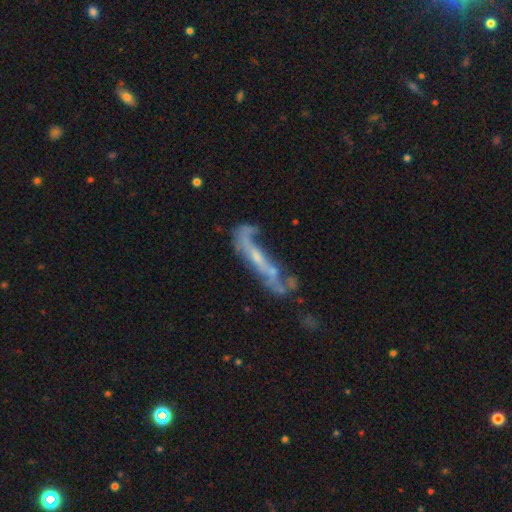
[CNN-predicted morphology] Overall: featured or disk (68%). Edge-on disk: no (65%; yes 35%). Merging: major disturbance (32%; none 31%).